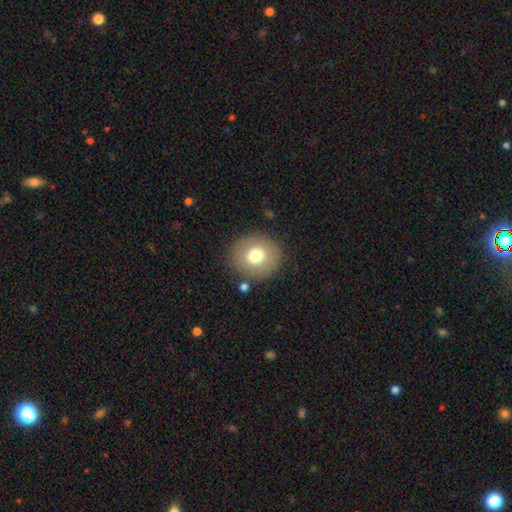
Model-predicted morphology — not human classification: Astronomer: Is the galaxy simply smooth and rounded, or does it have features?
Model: smooth — 73%.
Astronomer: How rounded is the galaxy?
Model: round — 88%.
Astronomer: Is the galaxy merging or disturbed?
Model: none — 86%.